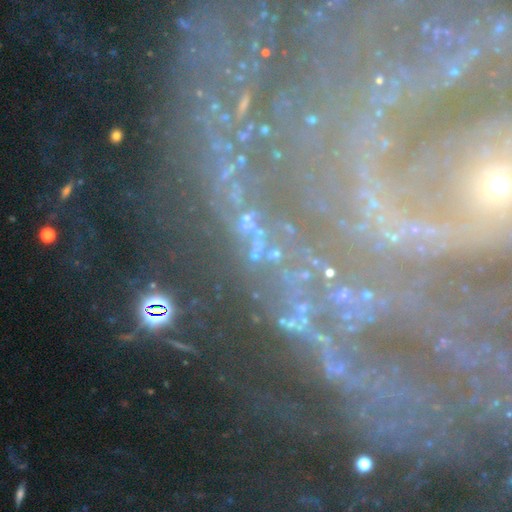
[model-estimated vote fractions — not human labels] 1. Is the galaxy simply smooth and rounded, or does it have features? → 42% star or artifact, 38% featured or disk, 21% smooth.